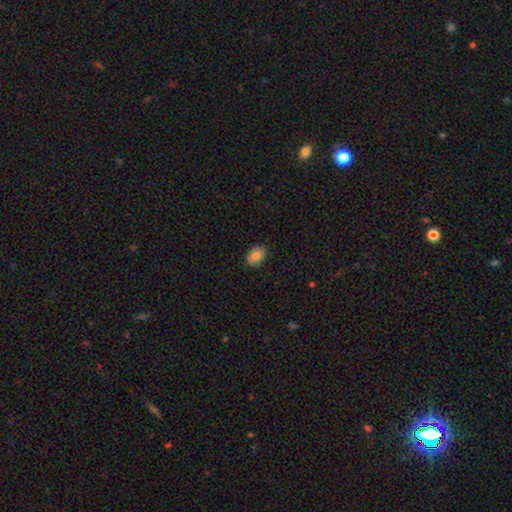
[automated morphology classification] The model was most divided on "how rounded": in between: 78%, round: 21%, cigar-shaped: 1%. More confident: smooth or featured — smooth (83%); merging — none (83%).